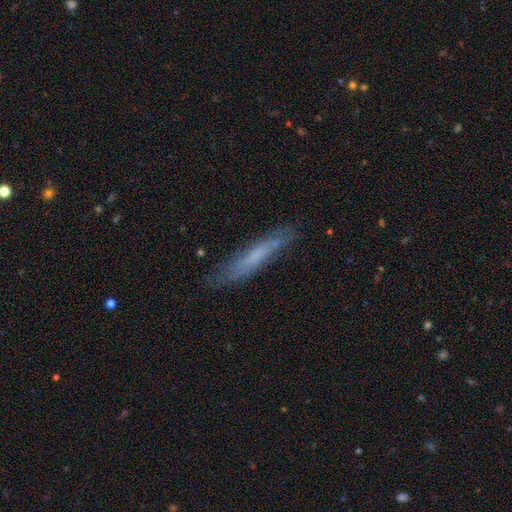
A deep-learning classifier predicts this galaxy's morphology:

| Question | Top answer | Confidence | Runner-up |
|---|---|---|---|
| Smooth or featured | smooth | 49% | featured or disk (43%) |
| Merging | none | 77% | minor disturbance (18%) |